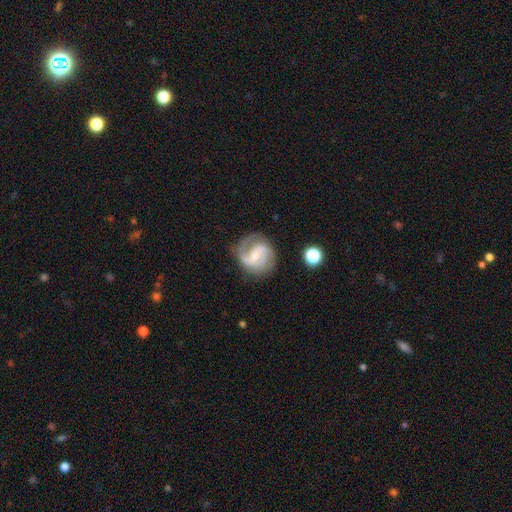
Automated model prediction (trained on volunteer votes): smooth_or_featured: featured or disk (p=0.85) [alt: smooth p=0.09]
disk_edge_on: no (p=0.98) [alt: yes p=0.02]
bar: weak (p=0.50) [alt: no p=0.31]
has_spiral_arms: yes (p=0.97) [alt: no p=0.03]
spiral_winding: medium (p=0.53) [alt: tight p=0.28]
spiral_arm_count: 2 (p=0.75) [alt: 3 p=0.10]
bulge_size: small (p=0.56) [alt: moderate p=0.37]
merging: none (p=0.73) [alt: minor disturbance p=0.17]